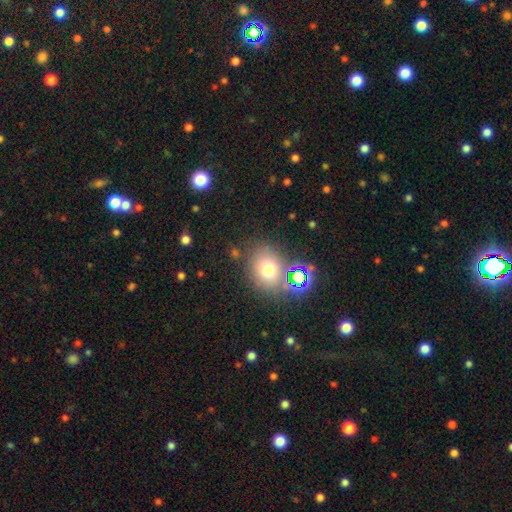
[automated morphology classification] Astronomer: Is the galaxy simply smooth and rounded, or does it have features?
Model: smooth — 59%.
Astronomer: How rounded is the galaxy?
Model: round — 66%.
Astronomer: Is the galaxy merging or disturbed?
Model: none — 67%.